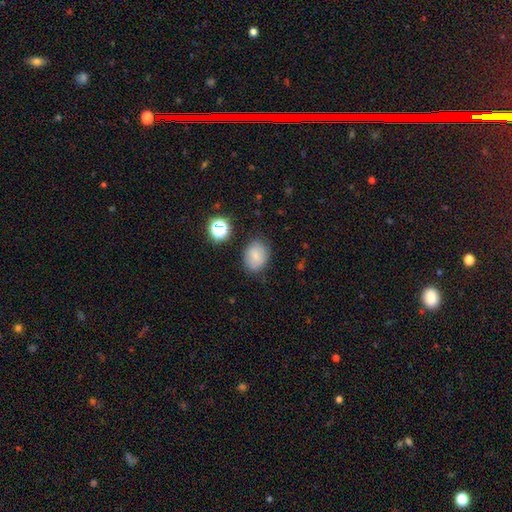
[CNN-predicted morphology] The model was most divided on "how rounded": in between: 55%, round: 44%, cigar-shaped: 1%. More confident: smooth or featured — smooth (77%); merging — none (77%).